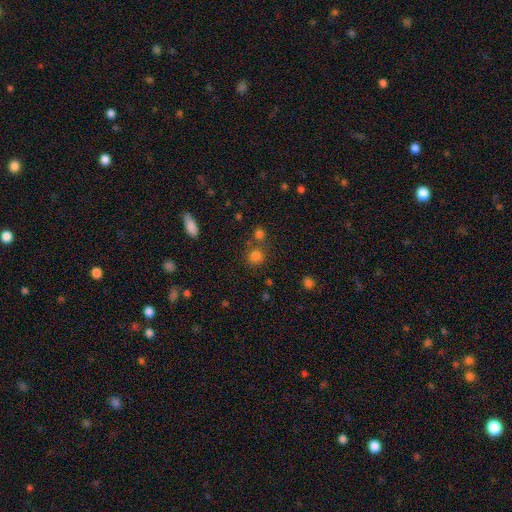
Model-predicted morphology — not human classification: Smooth or featured? smooth (77%)
How rounded? round (88%)
Merging? none (68%)